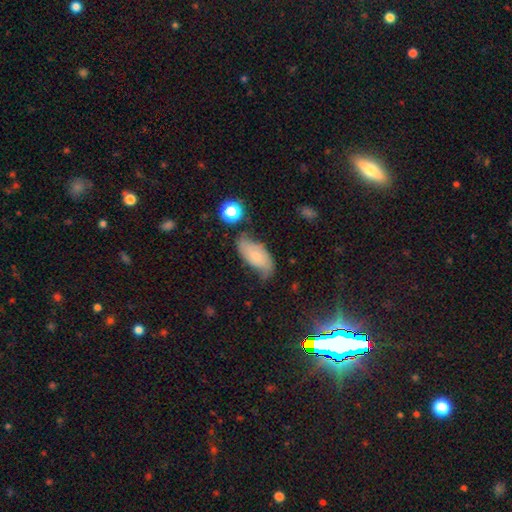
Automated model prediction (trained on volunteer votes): Smooth or featured?
  - smooth: 55% *
  - featured or disk: 36%
  - star or artifact: 9%
How rounded?
  - in between: 90% *
  - cigar-shaped: 6%
  - round: 4%
Merging?
  - none: 52% *
  - minor disturbance: 33%
  - major disturbance: 12%
  - merger: 4%